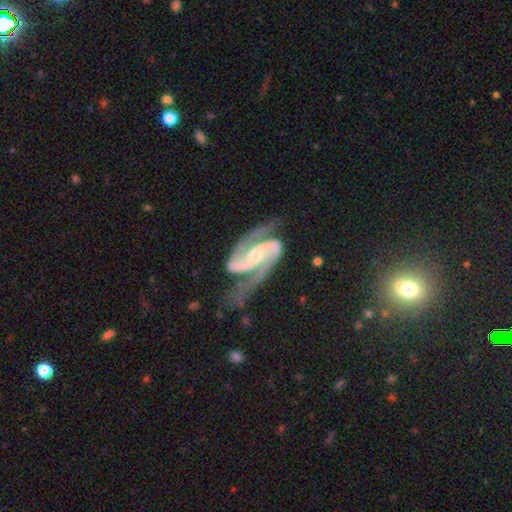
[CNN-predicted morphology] Smooth or featured?
  - featured or disk: 93% *
  - star or artifact: 4%
  - smooth: 3%
Edge-on disk?
  - no: 98% *
  - yes: 2%
Bar?
  - weak: 37% *
  - strong: 34%
  - no: 29%
Spiral arms?
  - yes: 99% *
  - no: 1%
Spiral winding?
  - medium: 60% *
  - tight: 23%
  - loose: 17%
Spiral arm count?
  - 2: 94% *
  - 3: 2%
  - can't tell: 1%
  - 1: 1%
  - 4: 1%
  - more than 4: 1%
Bulge size?
  - small: 49% *
  - moderate: 41%
  - none: 5%
  - large: 3%
  - dominant: 1%
Merging?
  - none: 64% *
  - minor disturbance: 21%
  - major disturbance: 13%
  - merger: 3%